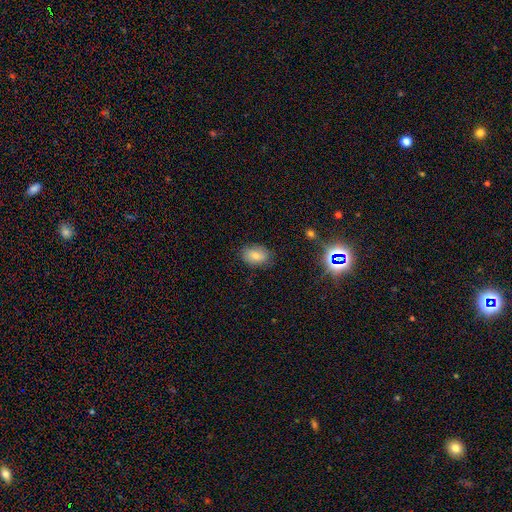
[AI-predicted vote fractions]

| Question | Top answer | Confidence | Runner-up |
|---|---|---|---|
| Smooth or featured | smooth | 80% | featured or disk (10%) |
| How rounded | in between | 86% | round (12%) |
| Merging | none | 83% | minor disturbance (13%) |